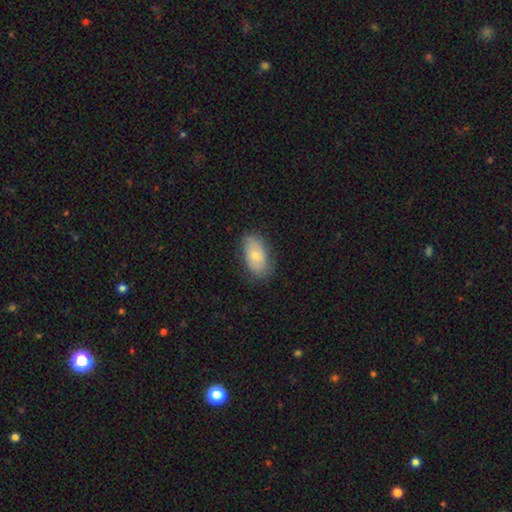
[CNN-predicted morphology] type=smooth (72%); roundness=in between (92%); merging=none (77%).